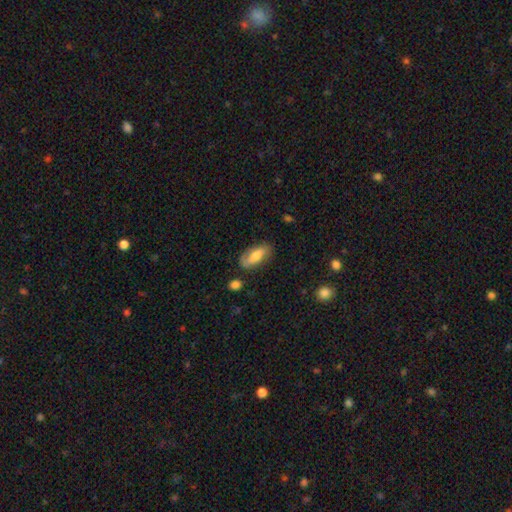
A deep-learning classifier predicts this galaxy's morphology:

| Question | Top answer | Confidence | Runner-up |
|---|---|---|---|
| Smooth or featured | smooth | 58% | featured or disk (36%) |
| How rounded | in between | 80% | cigar-shaped (16%) |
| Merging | none | 75% | minor disturbance (18%) |